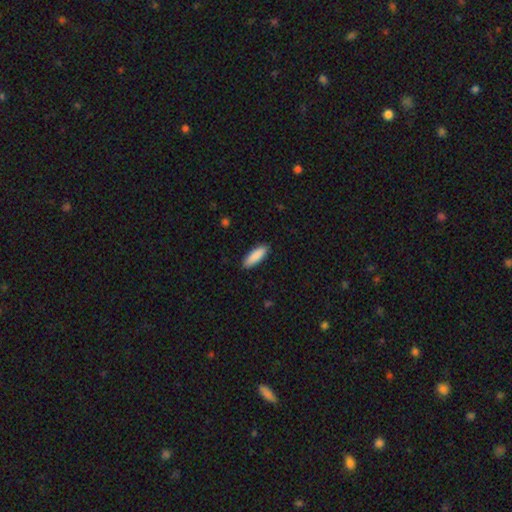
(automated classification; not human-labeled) smooth_or_featured: smooth (p=0.89) [alt: featured or disk p=0.06]
how_rounded: in between (p=0.51) [alt: cigar-shaped p=0.47]
merging: none (p=0.90) [alt: minor disturbance p=0.07]